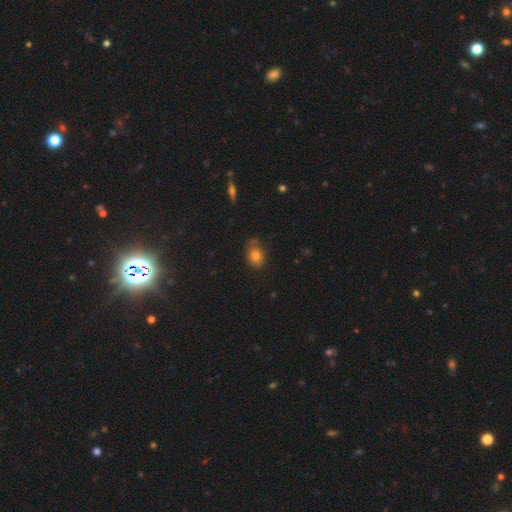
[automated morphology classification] Smooth or featured? Predicted: smooth (p=0.78). How rounded? Predicted: round (p=0.52). Merging? Predicted: none (p=0.70).